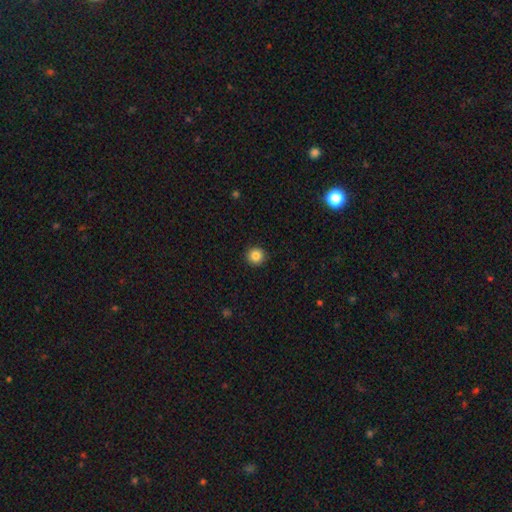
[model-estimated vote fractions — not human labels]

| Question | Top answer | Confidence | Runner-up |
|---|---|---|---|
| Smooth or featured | smooth | 85% | star or artifact (10%) |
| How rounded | round | 95% | in between (4%) |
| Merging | none | 93% | minor disturbance (5%) |